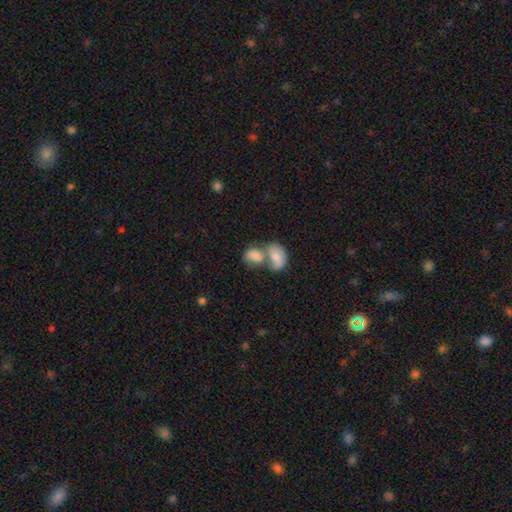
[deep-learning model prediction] This is likely a smooth galaxy (77%). How rounded: likely in between (75%). Merging: likely merger (70%).